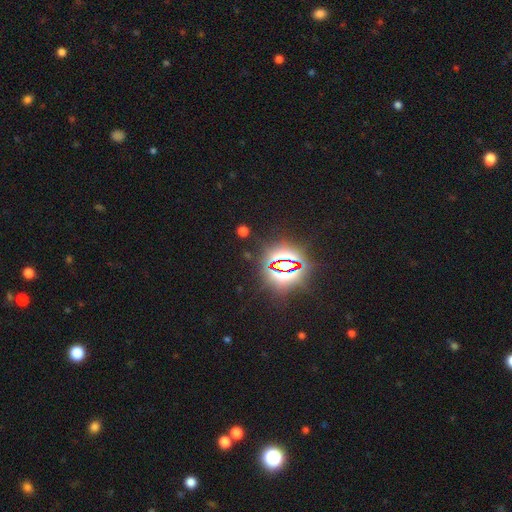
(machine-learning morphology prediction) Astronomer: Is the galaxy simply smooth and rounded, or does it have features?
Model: star or artifact — 86%.